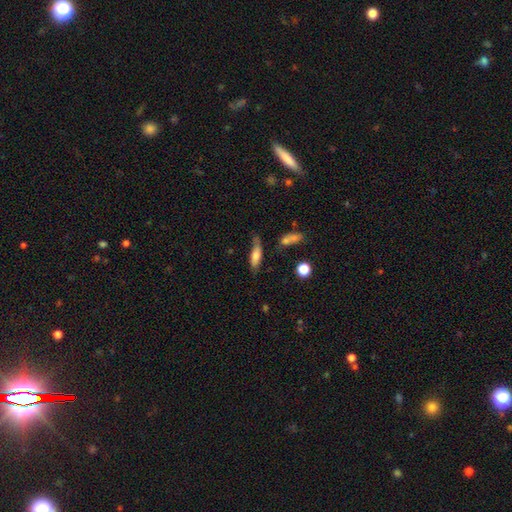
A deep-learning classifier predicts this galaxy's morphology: Smooth or featured: smooth — 68% (featured or disk — 24%)
How rounded: in between — 53% (cigar-shaped — 44%)
Merging: none — 51% (minor disturbance — 29%)